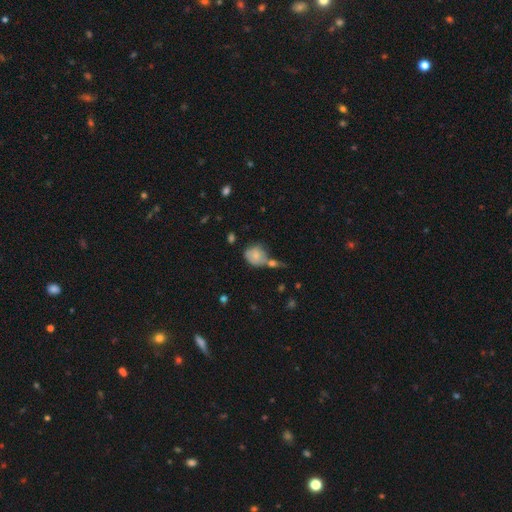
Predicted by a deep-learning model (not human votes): Smooth or featured?
  - smooth: 72% *
  - featured or disk: 19%
  - star or artifact: 9%
How rounded?
  - round: 65% *
  - in between: 34%
  - cigar-shaped: 1%
Merging?
  - none: 42% *
  - merger: 30%
  - minor disturbance: 20%
  - major disturbance: 8%